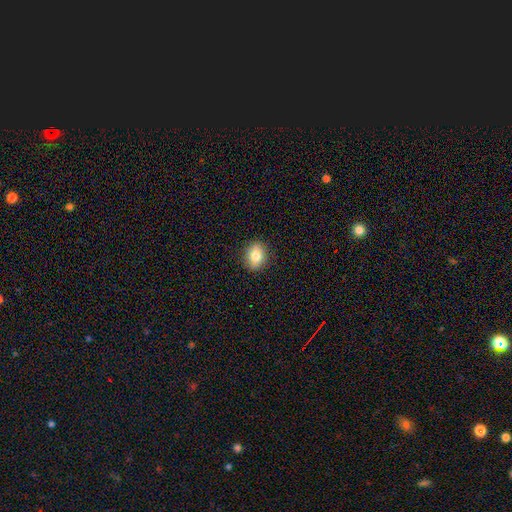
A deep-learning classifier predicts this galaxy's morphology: The model was most divided on "how rounded": in between: 51%, round: 47%, cigar-shaped: 2%. More confident: merging — none (88%); smooth or featured — smooth (77%).